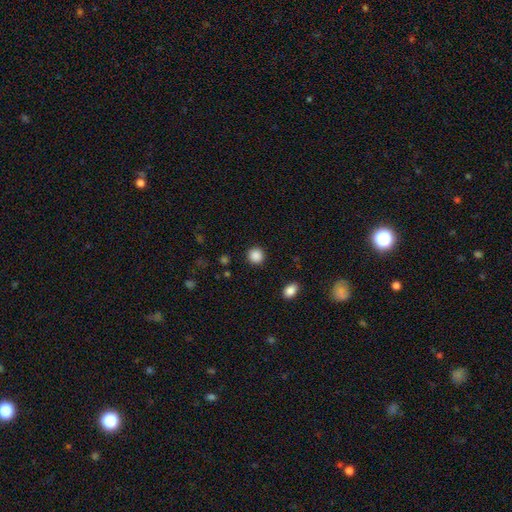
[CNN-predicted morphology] smooth-or-featured: smooth: 88% | star or artifact: 10% | featured or disk: 3%
  how-rounded: round: 92% | in between: 7% | cigar-shaped: 1%
  merging: none: 91% | minor disturbance: 6% | major disturbance: 2% | merger: 1%